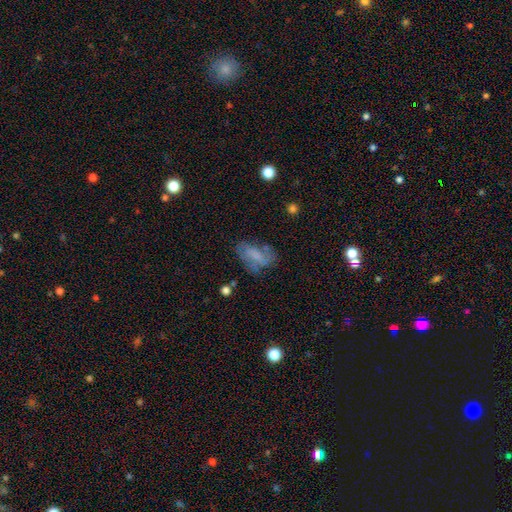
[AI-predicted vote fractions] This is possibly a smooth galaxy (58%). How rounded: clearly in between (89%). Merging: possibly none (48%).